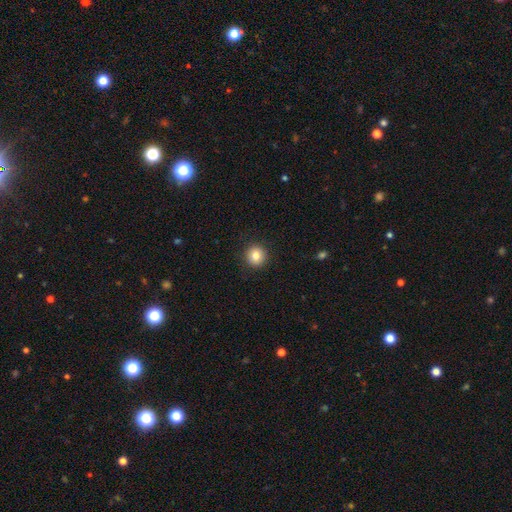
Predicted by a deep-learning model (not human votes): This is clearly a smooth galaxy (82%). How rounded: clearly round (94%). Merging: clearly none (92%).